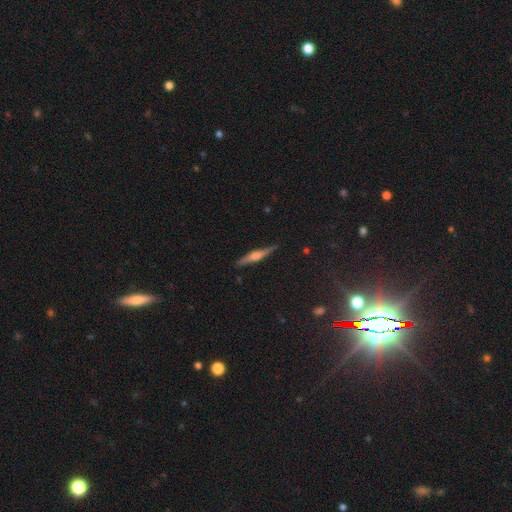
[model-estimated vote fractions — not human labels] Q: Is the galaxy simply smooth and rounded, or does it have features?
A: featured or disk — 73%.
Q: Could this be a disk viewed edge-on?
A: yes — 98%.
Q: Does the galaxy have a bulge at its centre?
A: rounded — 80%.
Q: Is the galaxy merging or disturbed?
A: none — 89%.